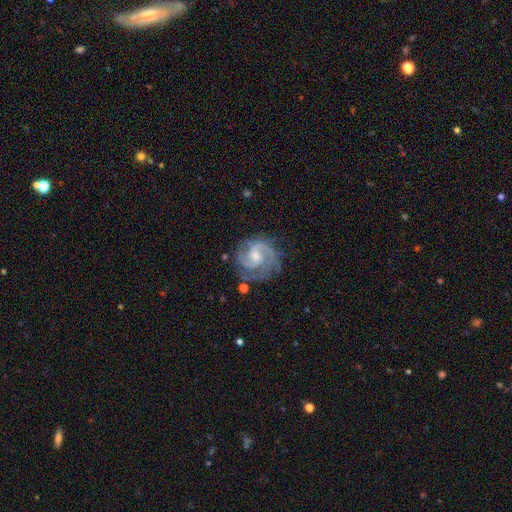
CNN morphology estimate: featured or disk 90%, smooth 5%, star or artifact 5%. Down the decision tree: edge-on disk — no (98%); bar — no (48%); spiral arms — yes (98%); spiral arm count — 2 (58%); spiral winding — medium (49%); bulge size — small (50%); merging — none (71%).